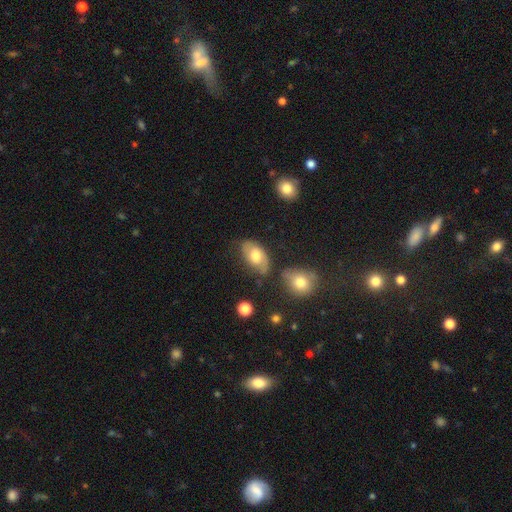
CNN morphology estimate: The model was most divided on "merging": none: 55%, minor disturbance: 26%, major disturbance: 9%, merger: 9%. More confident: how rounded — in between (91%); smooth or featured — smooth (61%).